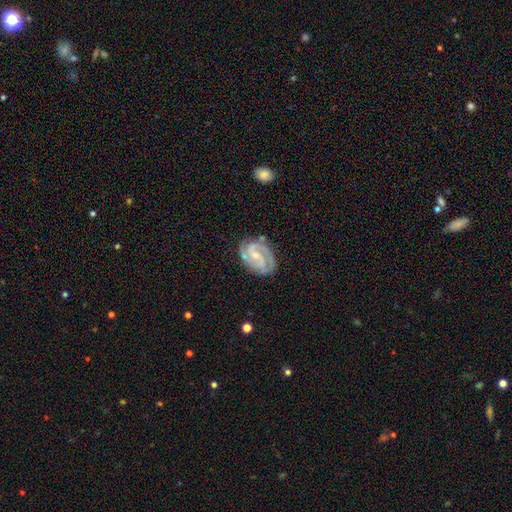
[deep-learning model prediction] featured or disk 90%, smooth 5%, star or artifact 5%. Down the decision tree: edge-on disk — no (98%); bar — weak (44%); spiral arms — yes (98%); spiral arm count — 2 (71%); spiral winding — tight (58%); bulge size — small (68%); merging — none (78%).